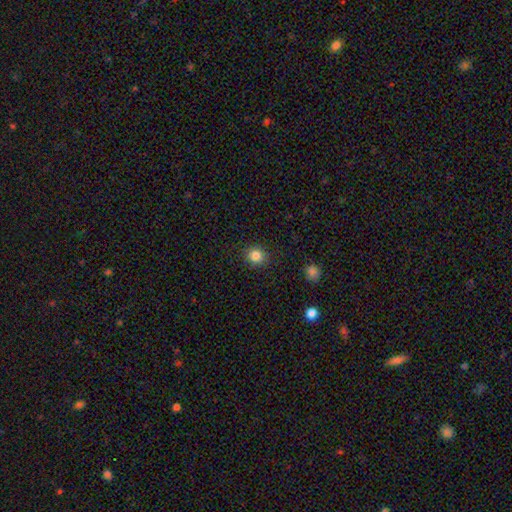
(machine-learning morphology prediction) A smooth galaxy with no disk features (84%) that is round (83%).

Vote fractions:
- Smooth or featured? smooth: 84% / star or artifact: 11% / featured or disk: 5%
- How rounded? round: 83% / in between: 16% / cigar-shaped: 1%
- Merging? none: 89% / minor disturbance: 7% / major disturbance: 2% / merger: 1%